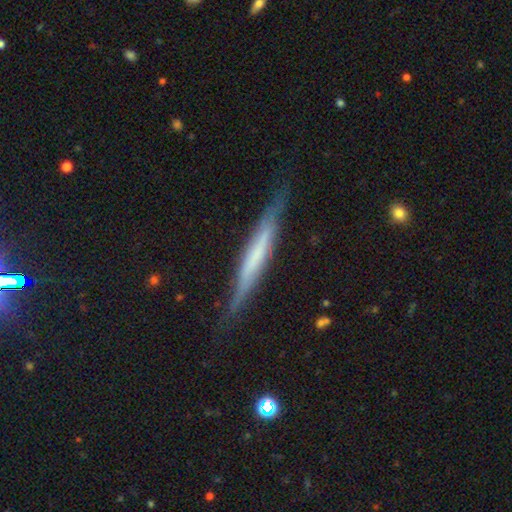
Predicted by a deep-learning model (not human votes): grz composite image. It shows a featured or disk galaxy (57%) viewed edge-on (94%) with no central bulge (65%). Merging: none (79%).